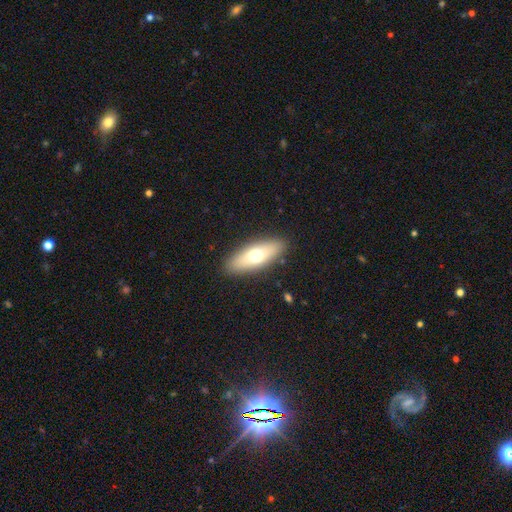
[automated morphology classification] Q: Smooth or featured?
A: smooth (62%); runner-up: featured or disk (31%)
Q: How rounded?
A: in between (61%); runner-up: cigar-shaped (36%)
Q: Merging?
A: none (88%); runner-up: minor disturbance (8%)